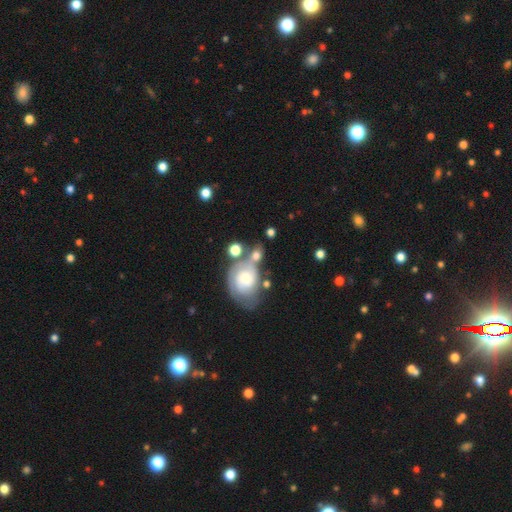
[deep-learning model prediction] A smooth galaxy with no disk features (53%) that is in between round and cigar-shaped (49%).

Vote fractions:
- Smooth or featured? smooth: 53% / featured or disk: 38% / star or artifact: 10%
- How rounded? in between: 49% / round: 48% / cigar-shaped: 3%
- Merging? none: 37% / merger: 31% / minor disturbance: 19% / major disturbance: 13%